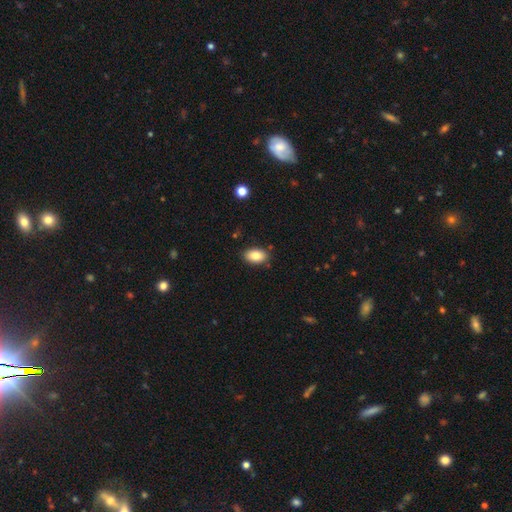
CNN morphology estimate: This appears to be a smooth galaxy with no disk features (86%) that is in between round and cigar-shaped (92%). Merging: none (86%).